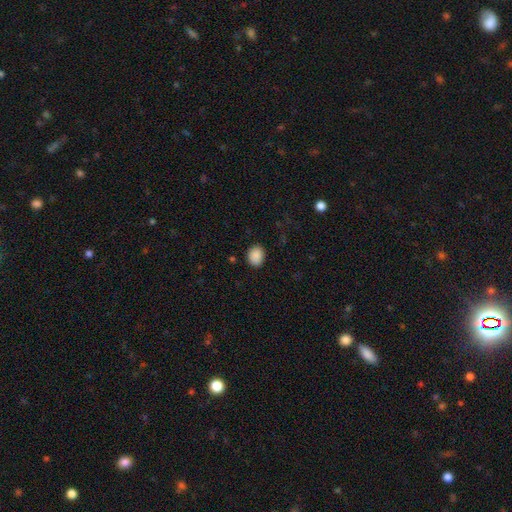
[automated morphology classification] A smooth galaxy with no disk features (89%) that is in between round and cigar-shaped (58%). Merging: none (86%).